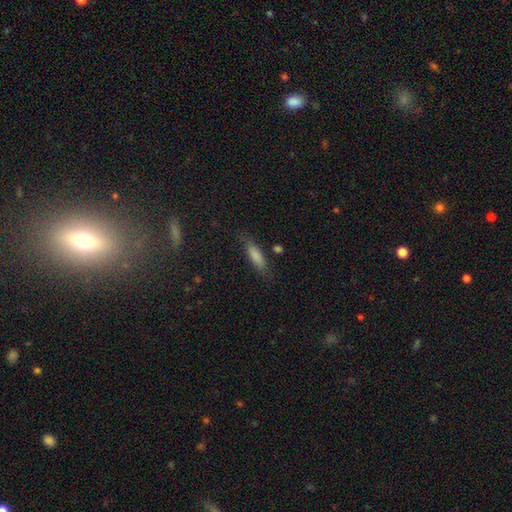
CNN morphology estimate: A smooth galaxy with no disk features (81%) that is cigar-shaped (50%).

Vote fractions:
- Smooth or featured? smooth: 81% / featured or disk: 10% / star or artifact: 8%
- How rounded? cigar-shaped: 50% / in between: 48% / round: 2%
- Merging? none: 75% / minor disturbance: 17% / major disturbance: 5% / merger: 3%